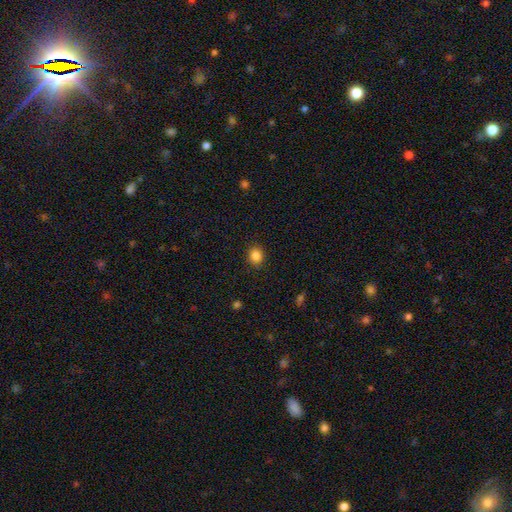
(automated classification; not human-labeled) Smooth or featured? smooth (86%)
How rounded? round (70%)
Merging? none (90%)